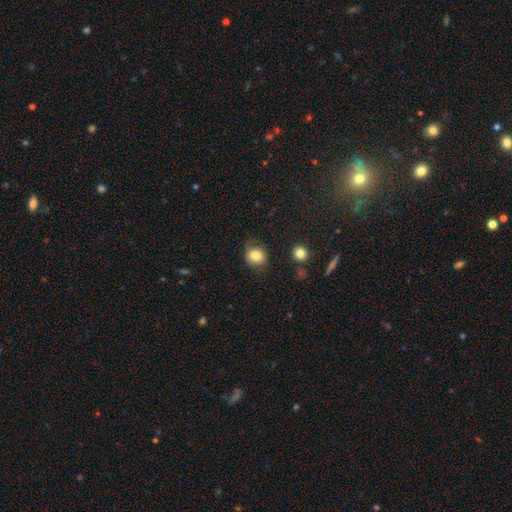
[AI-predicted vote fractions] This appears to be a smooth galaxy with no disk features (81%) that is round (80%). Merging: none (79%).